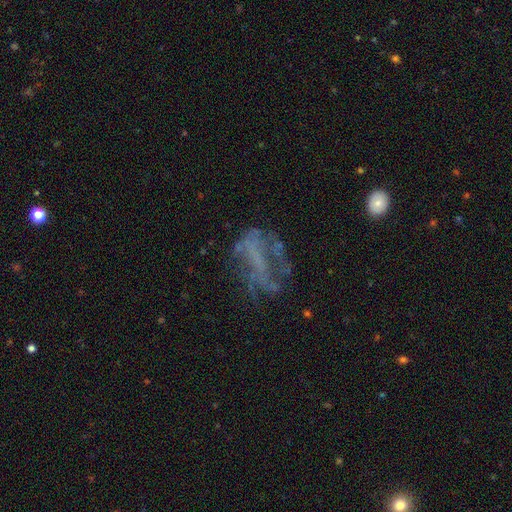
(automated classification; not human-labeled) featured or disk 56%, star or artifact 24%, smooth 20%. Down the decision tree: edge-on disk — no (93%); bar — no (66%); spiral arms — no (71%); bulge size — none (78%); merging — none (44%).